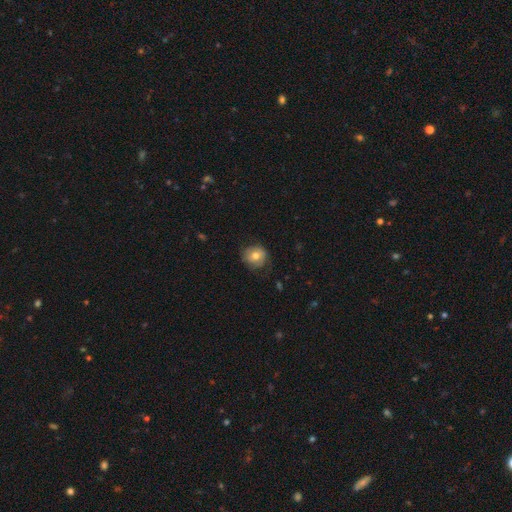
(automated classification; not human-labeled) Morphology: type=smooth (68%); roundness=round (84%); merging=none (73%).